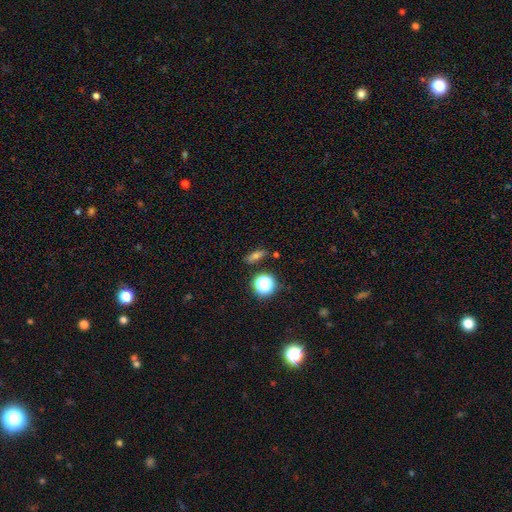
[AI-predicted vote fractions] A smooth galaxy with no disk features (52%) that is in between round and cigar-shaped (44%). Merging: none (83%).